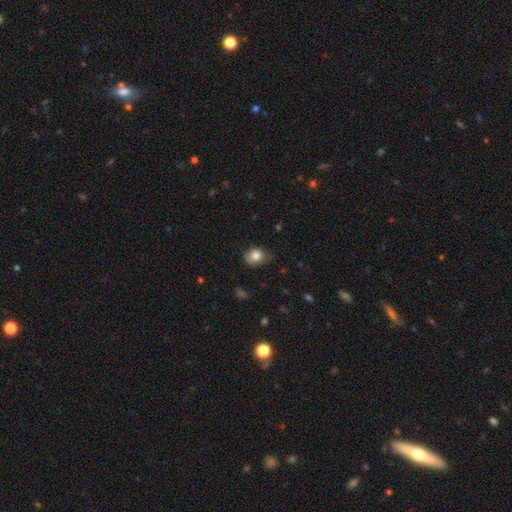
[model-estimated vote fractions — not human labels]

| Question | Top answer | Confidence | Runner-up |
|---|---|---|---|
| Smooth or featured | smooth | 81% | star or artifact (9%) |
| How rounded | round | 58% | in between (41%) |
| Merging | none | 60% | minor disturbance (30%) |